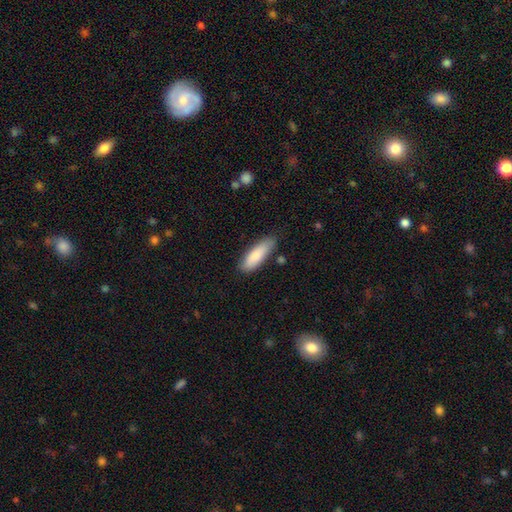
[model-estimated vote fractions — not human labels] The model was most divided on "how rounded": in between: 54%, cigar-shaped: 44%, round: 2%. More confident: smooth or featured — smooth (84%); merging — none (76%).